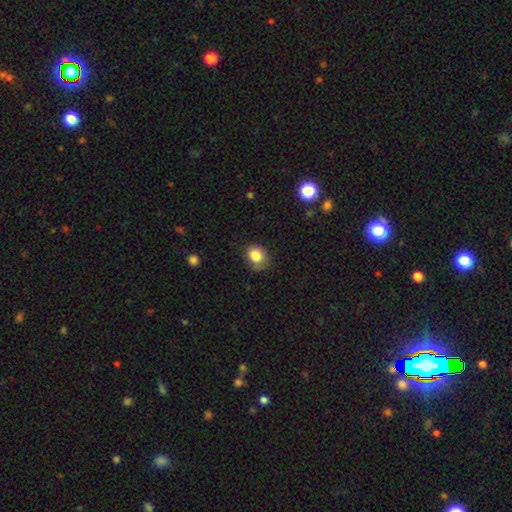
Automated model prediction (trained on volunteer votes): Morphology: type=smooth (83%); roundness=round (63%); merging=none (65%).